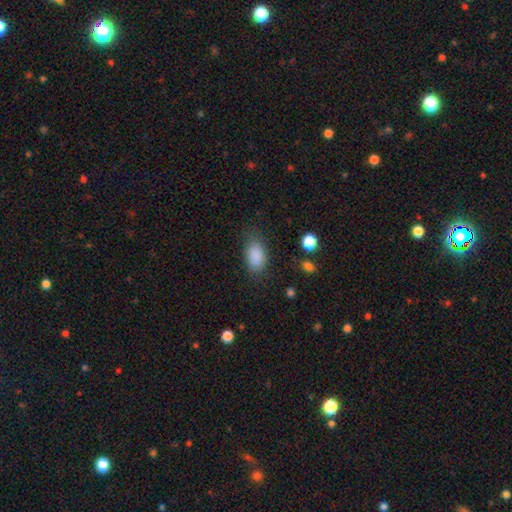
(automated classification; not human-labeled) smooth_or_featured: smooth (p=0.88) [alt: star or artifact p=0.08]
how_rounded: in between (p=0.90) [alt: round p=0.08]
merging: none (p=0.73) [alt: minor disturbance p=0.19]